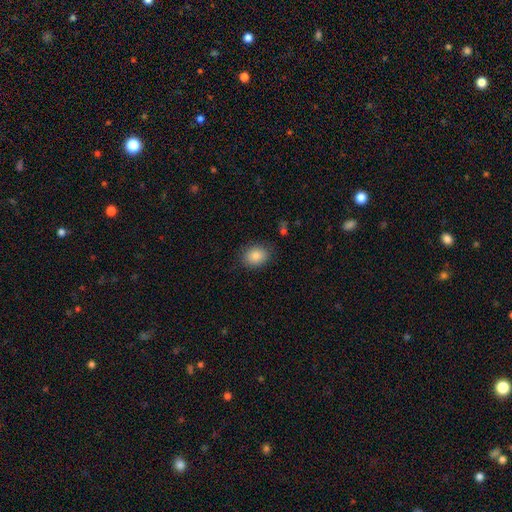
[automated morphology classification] smooth-or-featured: smooth: 83% | star or artifact: 9% | featured or disk: 7%
  how-rounded: in between: 54% | round: 45% | cigar-shaped: 1%
  merging: none: 85% | minor disturbance: 11% | major disturbance: 3% | merger: 1%